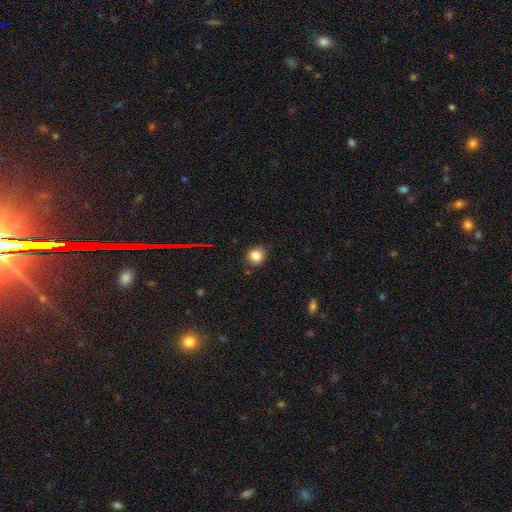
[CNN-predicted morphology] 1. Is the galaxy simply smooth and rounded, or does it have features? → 82% smooth, 13% star or artifact, 5% featured or disk.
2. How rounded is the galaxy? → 84% round, 15% in between, 1% cigar-shaped.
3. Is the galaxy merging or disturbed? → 86% none, 10% minor disturbance, 2% major disturbance, 2% merger.